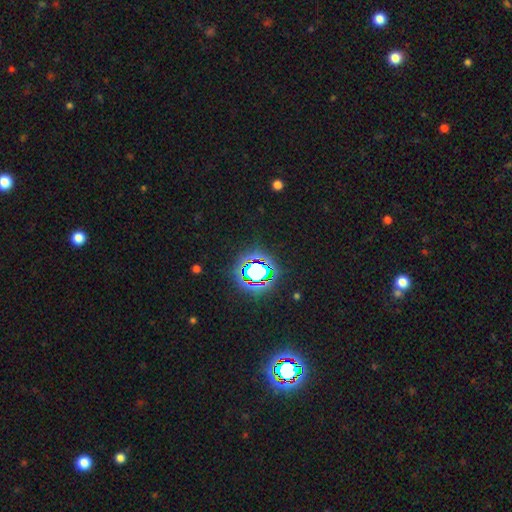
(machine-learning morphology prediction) Smooth or featured?
  - star or artifact: 81% *
  - smooth: 12%
  - featured or disk: 7%